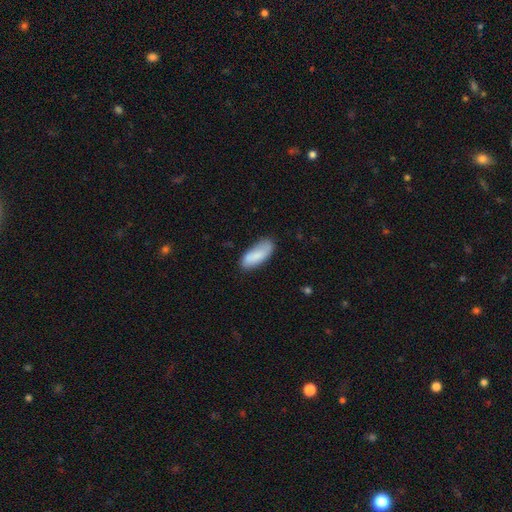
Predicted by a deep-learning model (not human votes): Smooth or featured? Predicted: smooth (p=0.85). How rounded? Predicted: in between (p=0.78). Merging? Predicted: none (p=0.71).